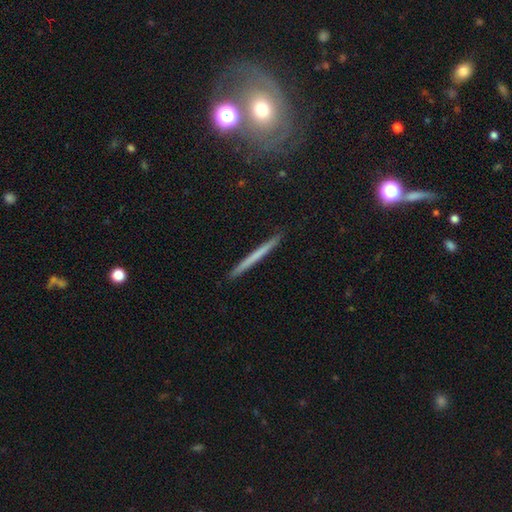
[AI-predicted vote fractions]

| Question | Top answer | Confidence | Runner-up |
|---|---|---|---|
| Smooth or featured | smooth | 55% | featured or disk (39%) |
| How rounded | cigar-shaped | 97% | in between (1%) |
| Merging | none | 92% | minor disturbance (5%) |